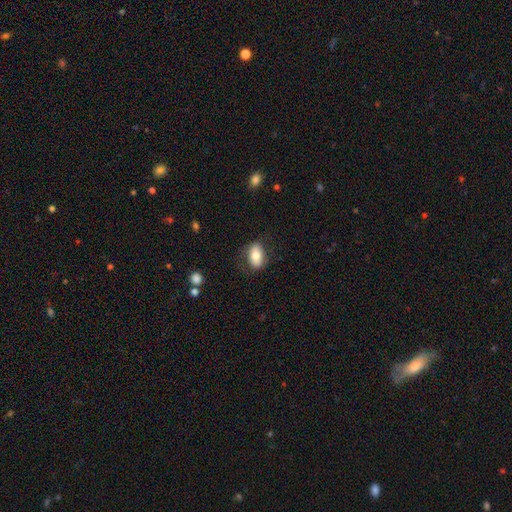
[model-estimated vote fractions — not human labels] smooth 75%, featured or disk 18%, star or artifact 7%. Down the decision tree: how rounded — in between (89%); merging — none (78%).